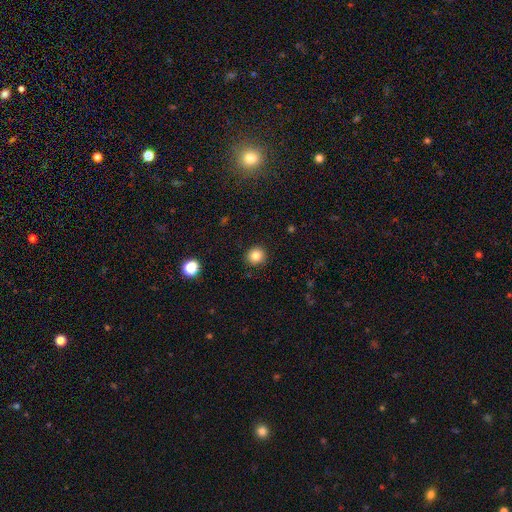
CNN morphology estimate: smooth 84%, star or artifact 11%, featured or disk 5%. Down the decision tree: how rounded — round (91%); merging — none (90%).